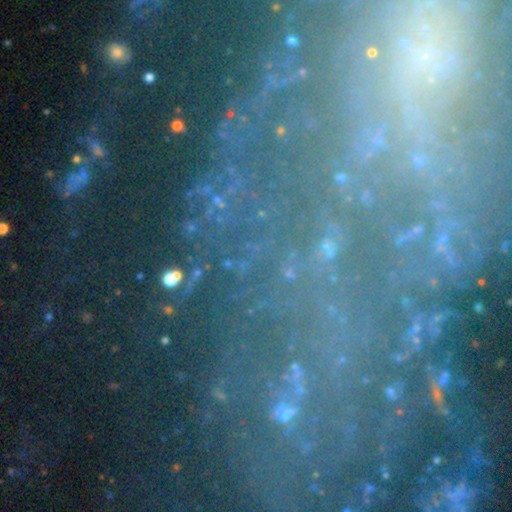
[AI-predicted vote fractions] star or artifact 62%, featured or disk 23%, smooth 15%.